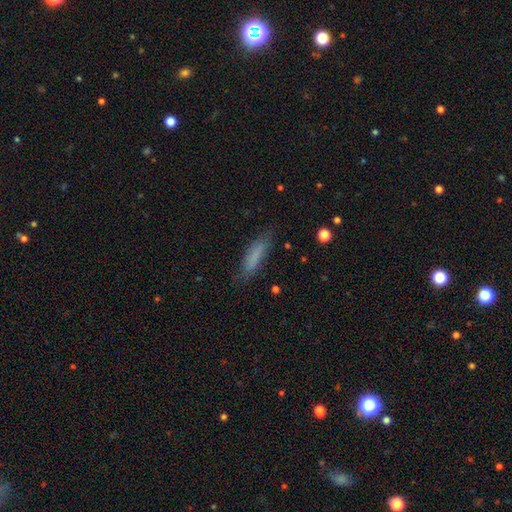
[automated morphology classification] smooth-or-featured: smooth: 76% | featured or disk: 15% | star or artifact: 9%
  how-rounded: cigar-shaped: 69% | in between: 30% | round: 2%
  merging: none: 76% | minor disturbance: 17% | major disturbance: 5% | merger: 2%